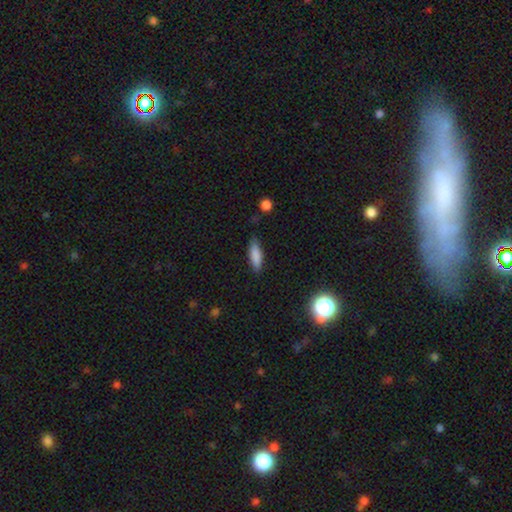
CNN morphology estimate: smooth-or-featured: smooth: 84% | featured or disk: 9% | star or artifact: 7%
  how-rounded: in between: 50% | cigar-shaped: 48% | round: 2%
  merging: none: 81% | minor disturbance: 15% | major disturbance: 3% | merger: 2%